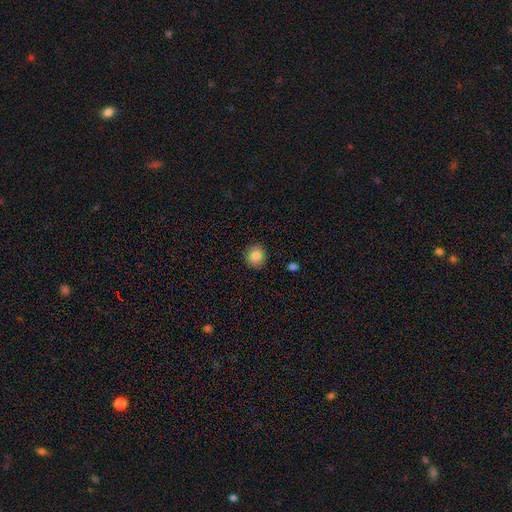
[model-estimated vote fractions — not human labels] The model was most divided on "how rounded": round: 87%, in between: 12%, cigar-shaped: 1%. More confident: merging — none (89%); smooth or featured — smooth (86%).